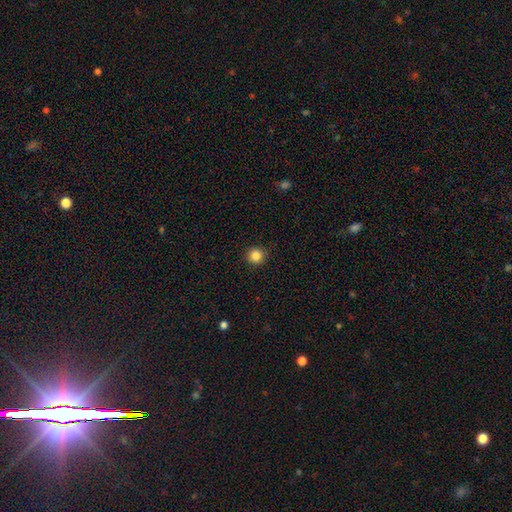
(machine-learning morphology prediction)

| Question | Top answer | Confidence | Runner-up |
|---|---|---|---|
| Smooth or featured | smooth | 85% | star or artifact (11%) |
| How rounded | round | 95% | in between (5%) |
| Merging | none | 91% | minor disturbance (6%) |